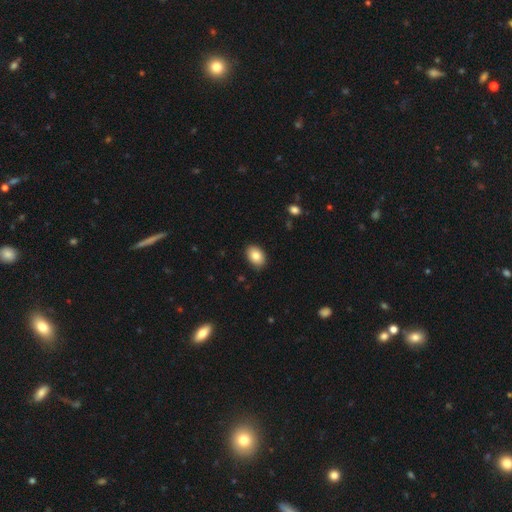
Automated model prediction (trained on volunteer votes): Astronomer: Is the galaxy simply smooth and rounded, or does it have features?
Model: smooth — 85%.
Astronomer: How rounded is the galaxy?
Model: in between — 84%.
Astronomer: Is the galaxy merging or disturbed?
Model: none — 88%.